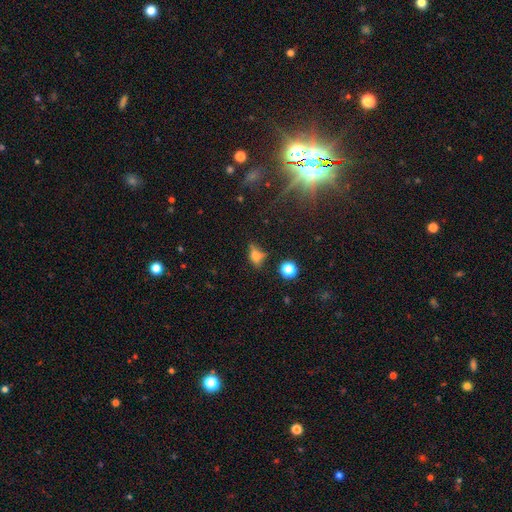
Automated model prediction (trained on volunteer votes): Q: Smooth or featured?
A: smooth (54%); runner-up: featured or disk (26%)
Q: How rounded?
A: in between (65%); runner-up: round (23%)
Q: Merging?
A: none (54%); runner-up: minor disturbance (27%)